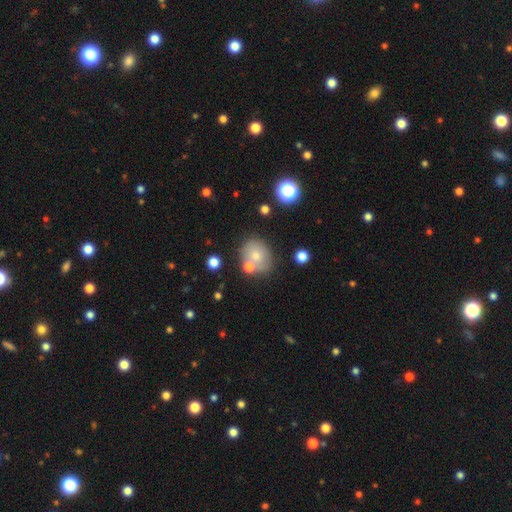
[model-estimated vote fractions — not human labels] Overall: smooth (70%). How rounded: round (71%). Merging: none (63%).